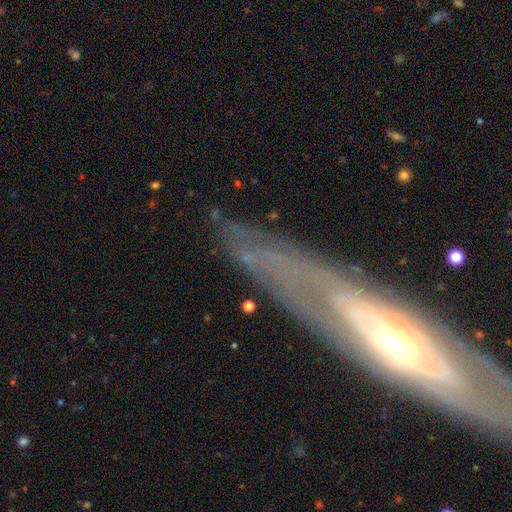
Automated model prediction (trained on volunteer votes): A featured or disk galaxy (72%).

Vote fractions:
- Smooth or featured? featured or disk: 72% / smooth: 18% / star or artifact: 10%
- Edge-on disk? no: 56% / yes: 44%
- Merging? none: 71% / minor disturbance: 17% / major disturbance: 9% / merger: 3%